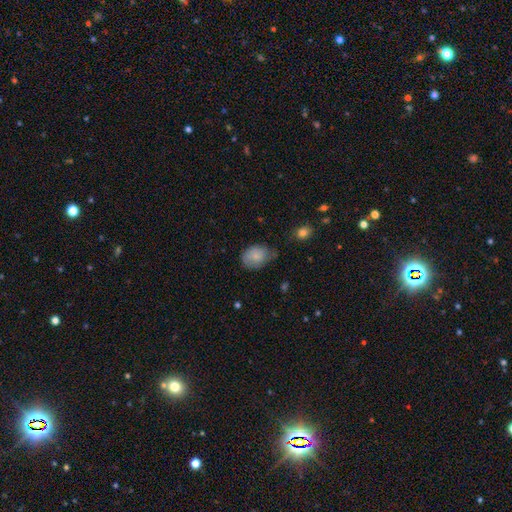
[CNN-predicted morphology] smooth 80%, featured or disk 13%, star or artifact 8%. Down the decision tree: how rounded — in between (69%); merging — none (50%).